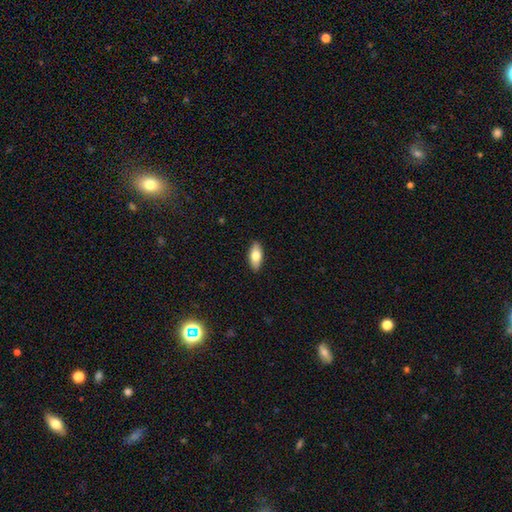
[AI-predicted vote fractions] Morphology: type=smooth (75%); roundness=in between (85%); merging=none (90%).